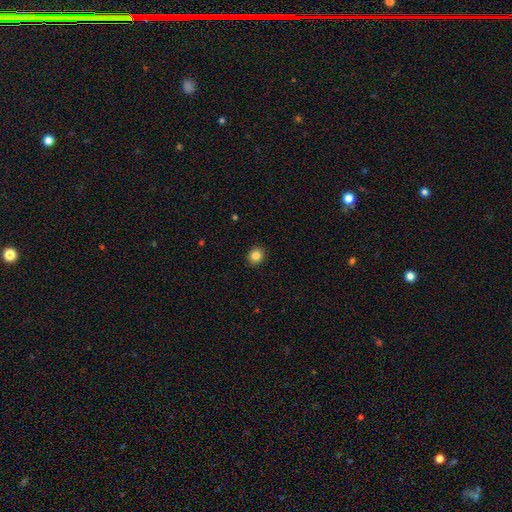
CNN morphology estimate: Overall: smooth (85%). How rounded: round (85%). Merging: none (92%).